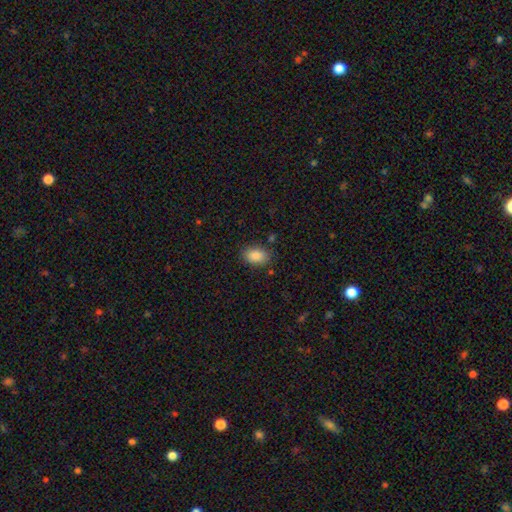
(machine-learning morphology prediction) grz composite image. It shows a smooth galaxy with no disk features (88%) that is in between round and cigar-shaped (87%). Merging: none (83%).